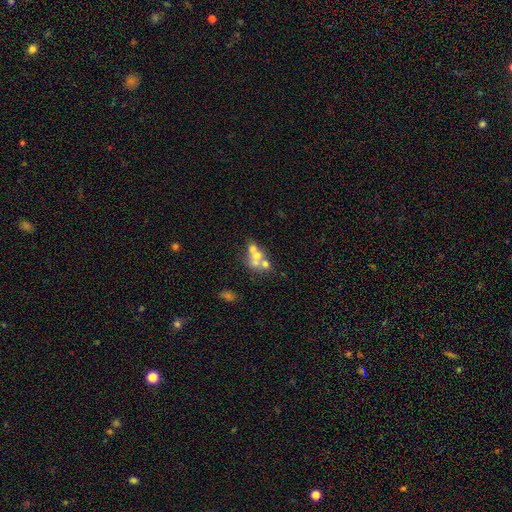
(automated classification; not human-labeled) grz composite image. It shows a smooth galaxy with no disk features (44%). Merging: merger (60%).